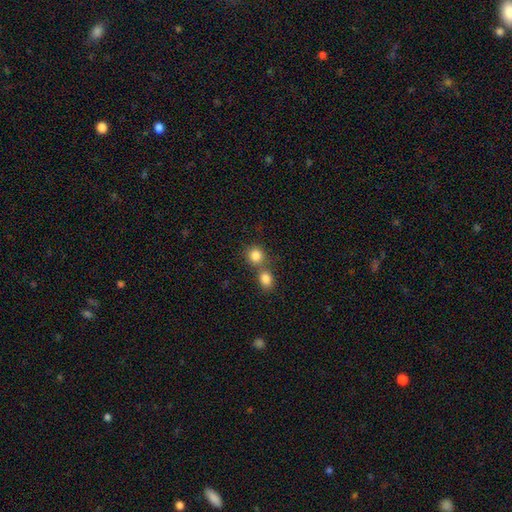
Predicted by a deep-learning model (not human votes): The model was most divided on "merging": none: 49%, merger: 41%, minor disturbance: 7%, major disturbance: 3%. More confident: how rounded — round (85%); smooth or featured — smooth (84%).